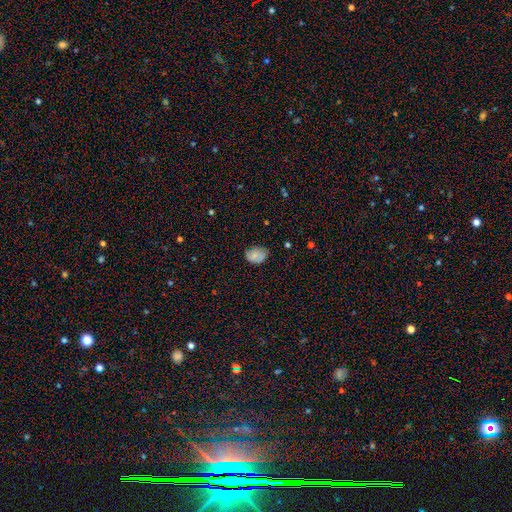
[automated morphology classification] smooth 75%, featured or disk 16%, star or artifact 9%. Down the decision tree: how rounded — in between (71%); merging — none (65%).